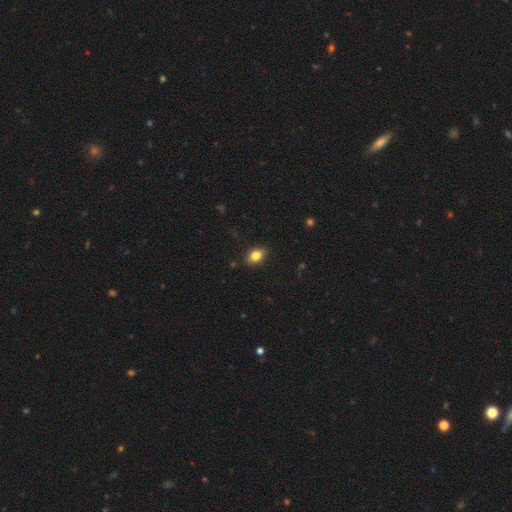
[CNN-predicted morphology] Smooth or featured? Predicted: smooth (p=0.83). How rounded? Predicted: in between (p=0.74). Merging? Predicted: none (p=0.85).